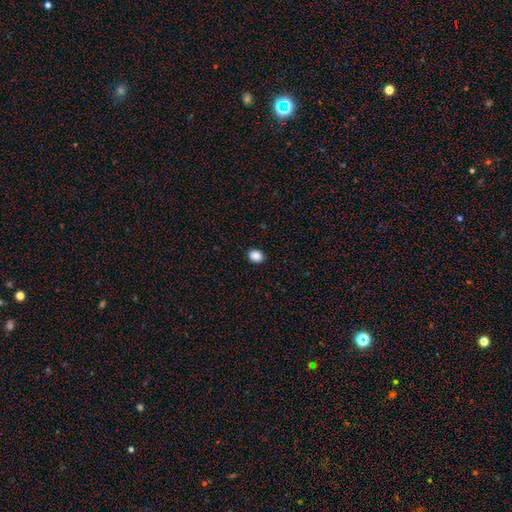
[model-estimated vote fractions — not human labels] Smooth or featured? Predicted: smooth (p=0.88). How rounded? Predicted: in between (p=0.57). Merging? Predicted: none (p=0.91).